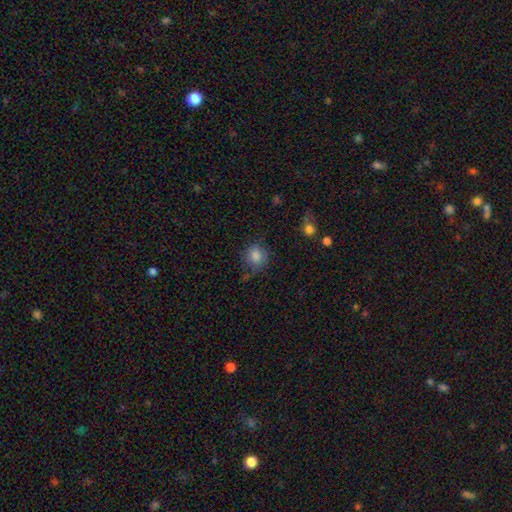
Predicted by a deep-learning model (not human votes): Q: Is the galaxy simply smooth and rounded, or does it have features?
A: smooth — 83%.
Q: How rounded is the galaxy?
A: round — 83%.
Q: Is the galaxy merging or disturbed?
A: none — 75%.